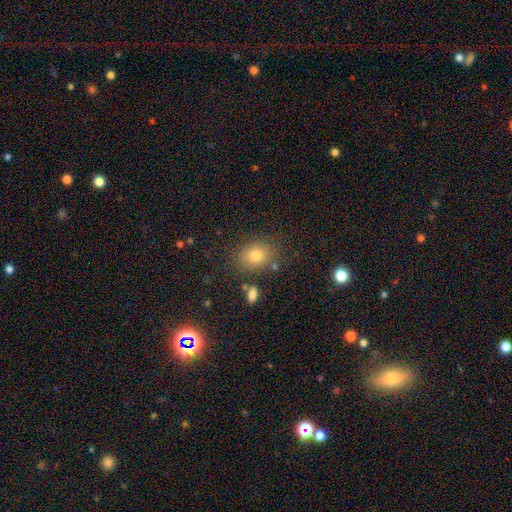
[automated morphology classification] A smooth galaxy with no disk features (77%) that is in between round and cigar-shaped (53%).

Vote fractions:
- Smooth or featured? smooth: 77% / star or artifact: 13% / featured or disk: 9%
- How rounded? in between: 53% / round: 46% / cigar-shaped: 1%
- Merging? none: 81% / minor disturbance: 11% / merger: 4% / major disturbance: 4%